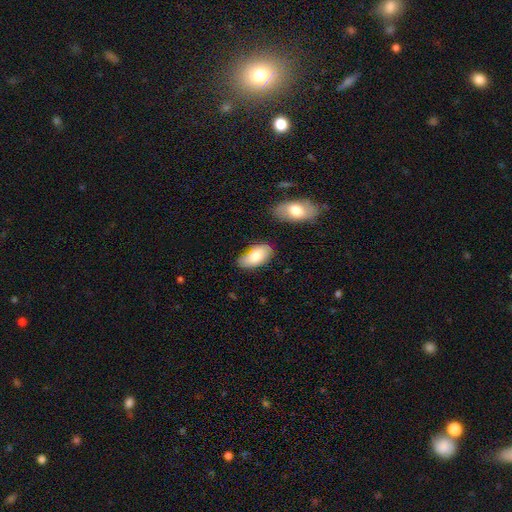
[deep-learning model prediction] A smooth galaxy with no disk features (77%) that is in between round and cigar-shaped (94%). Merging: none (65%).